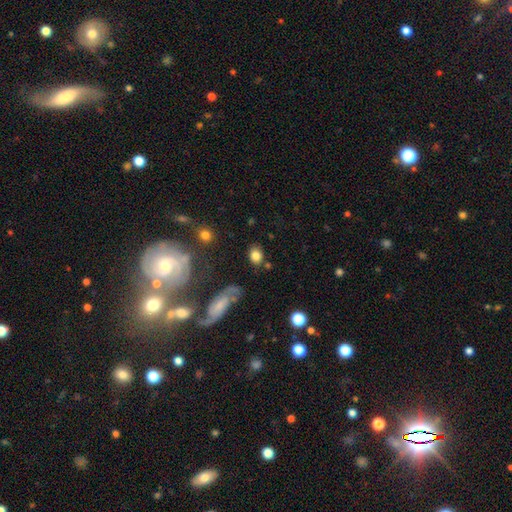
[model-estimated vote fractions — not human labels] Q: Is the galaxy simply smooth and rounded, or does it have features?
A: smooth — 79%.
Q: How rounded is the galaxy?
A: in between — 52%.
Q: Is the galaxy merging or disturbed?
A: none — 76%.